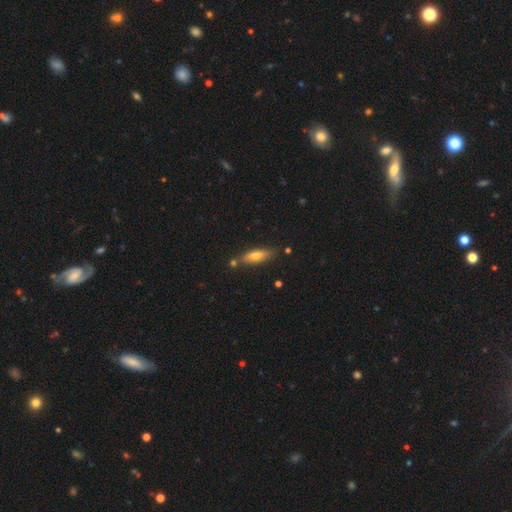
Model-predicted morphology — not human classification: A smooth galaxy with no disk features (65%) that is in between round and cigar-shaped (51%).

Vote fractions:
- Smooth or featured? smooth: 65% / featured or disk: 28% / star or artifact: 7%
- How rounded? in between: 51% / cigar-shaped: 47% / round: 2%
- Merging? none: 76% / minor disturbance: 15% / merger: 7% / major disturbance: 3%